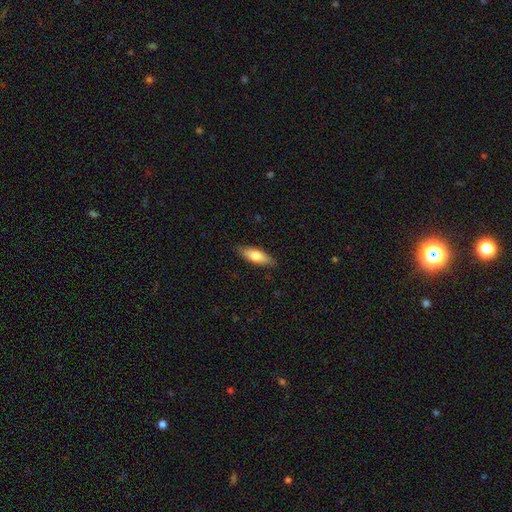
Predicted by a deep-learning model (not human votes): Smooth or featured? Predicted: smooth (p=0.72). How rounded? Predicted: in between (p=0.56). Merging? Predicted: none (p=0.86).